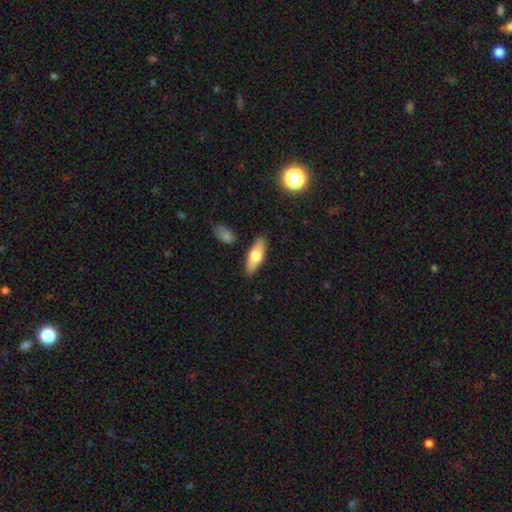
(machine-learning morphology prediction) Q: Smooth or featured?
A: smooth (62%); runner-up: featured or disk (32%)
Q: How rounded?
A: in between (61%); runner-up: cigar-shaped (36%)
Q: Merging?
A: none (86%); runner-up: minor disturbance (9%)